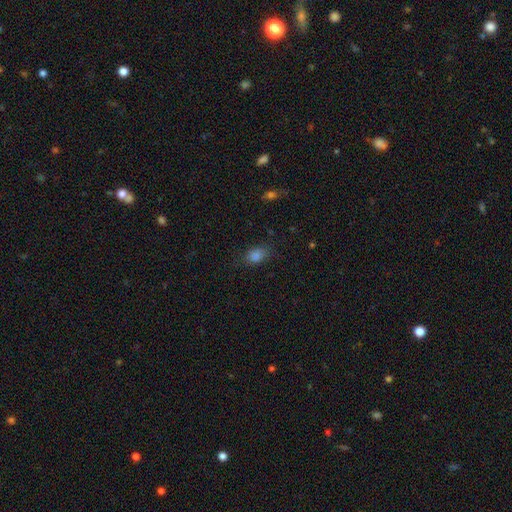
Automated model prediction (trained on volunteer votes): Smooth or featured? Predicted: smooth (p=0.79). How rounded? Predicted: in between (p=0.72). Merging? Predicted: none (p=0.78).